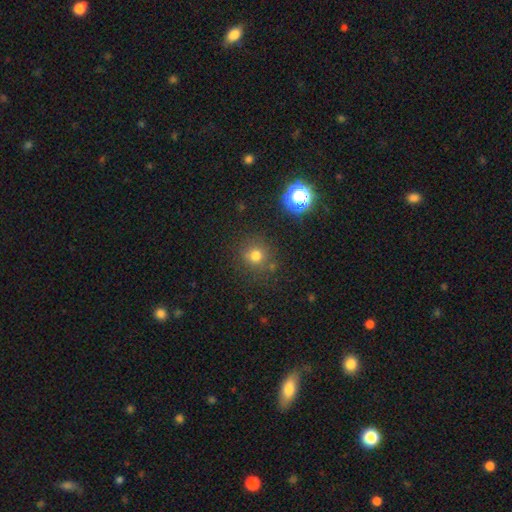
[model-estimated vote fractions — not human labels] smooth 74%, star or artifact 19%, featured or disk 7%. Down the decision tree: how rounded — round (91%); merging — none (82%).